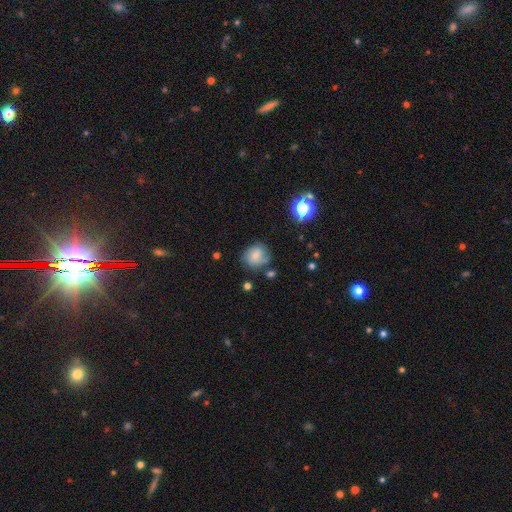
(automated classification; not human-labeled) smooth_or_featured: smooth (p=0.59) [alt: featured or disk p=0.29]
how_rounded: round (p=0.68) [alt: in between p=0.31]
merging: none (p=0.62) [alt: minor disturbance p=0.24]